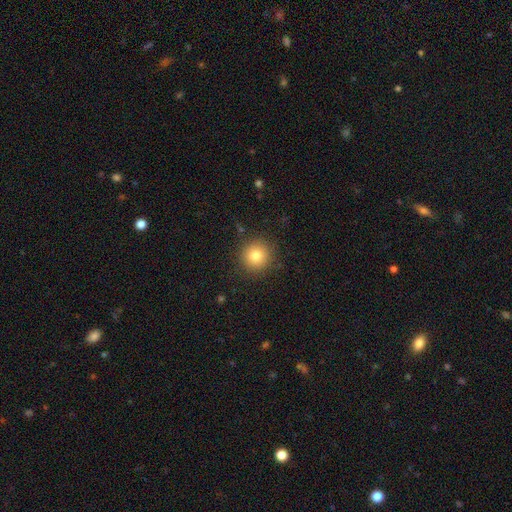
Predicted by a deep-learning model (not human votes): A smooth galaxy with no disk features (81%) that is round (93%). Merging: none (90%).